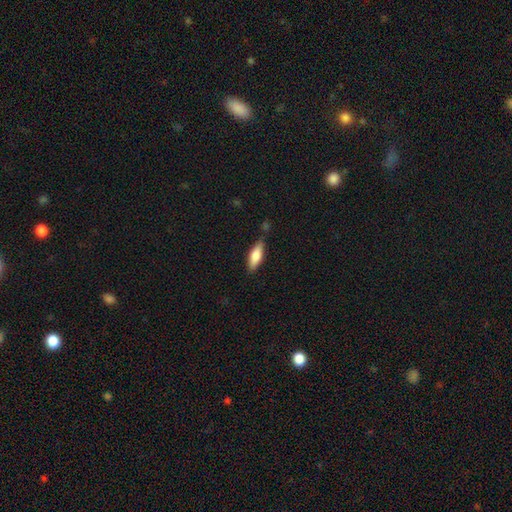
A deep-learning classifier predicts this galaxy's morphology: smooth_or_featured: smooth (p=0.73) [alt: featured or disk p=0.21]
how_rounded: in between (p=0.57) [alt: cigar-shaped p=0.41]
merging: none (p=0.77) [alt: minor disturbance p=0.16]